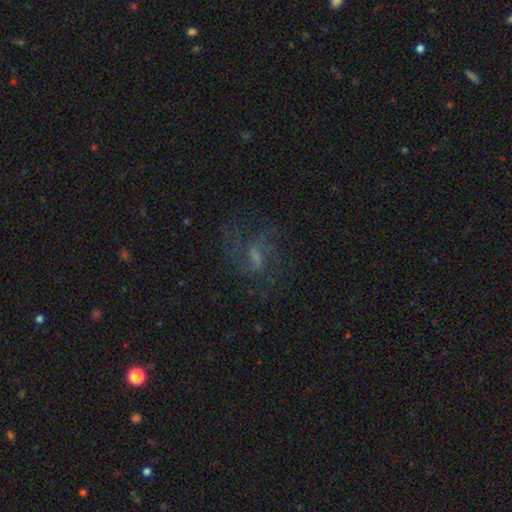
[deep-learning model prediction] This is likely a featured or disk galaxy (65%). It is clearly not viewed edge-on (96%). Bar: possibly weak (53%). Spiral arm pattern: clearly yes (85%). Spiral arm count: marginally 2 (43%). Spiral winding: possibly medium (45%). Central bulge: marginally small (33%). Merging: possibly none (58%).